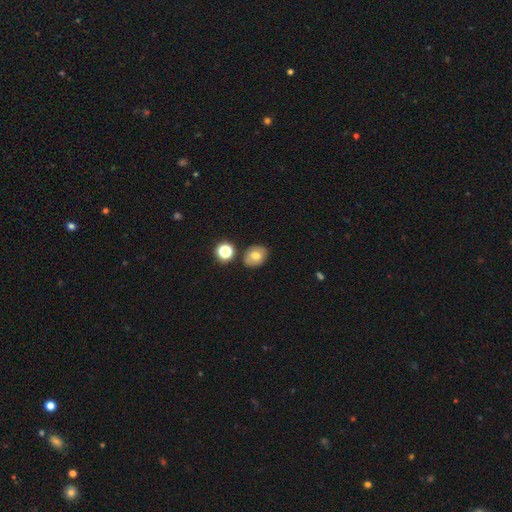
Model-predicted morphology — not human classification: This appears to be a smooth galaxy with no disk features (68%) that is round (54%). Merging: none (79%).